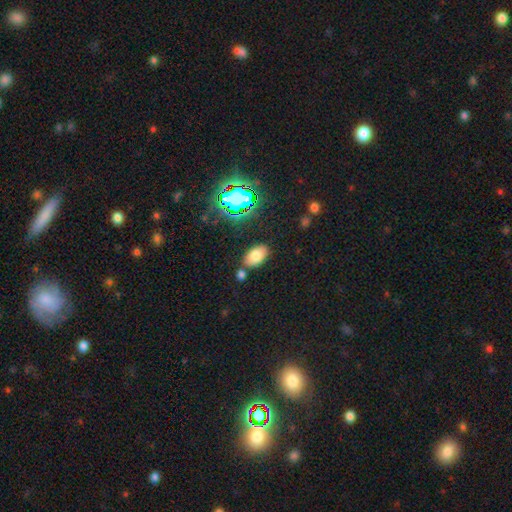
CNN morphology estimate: type=smooth (77%); roundness=in between (92%); merging=none (77%).